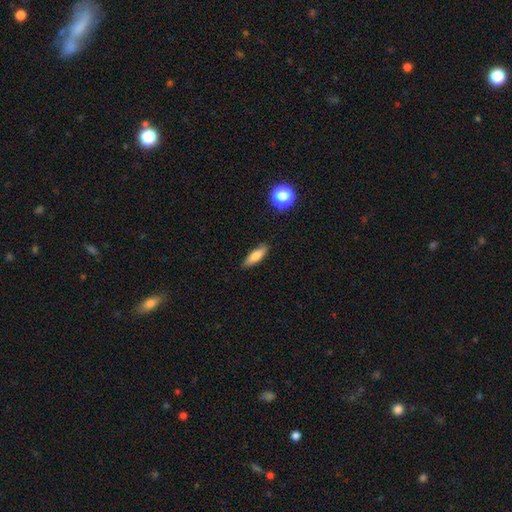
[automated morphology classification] type=smooth (72%); roundness=cigar-shaped (50%); merging=none (87%).